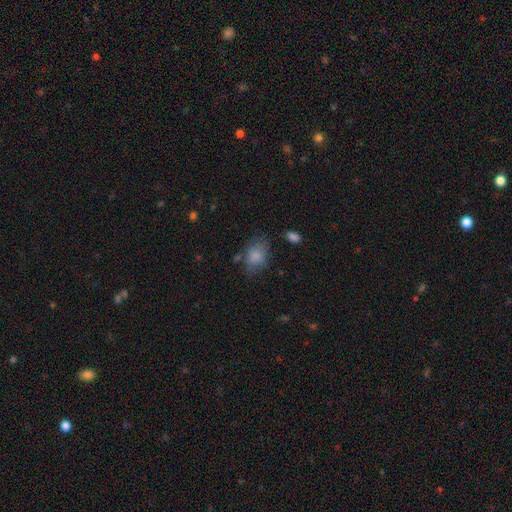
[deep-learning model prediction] Smooth or featured?
  - smooth: 83% *
  - featured or disk: 9%
  - star or artifact: 8%
How rounded?
  - in between: 72% *
  - round: 27%
  - cigar-shaped: 1%
Merging?
  - none: 63% *
  - minor disturbance: 24%
  - major disturbance: 9%
  - merger: 4%